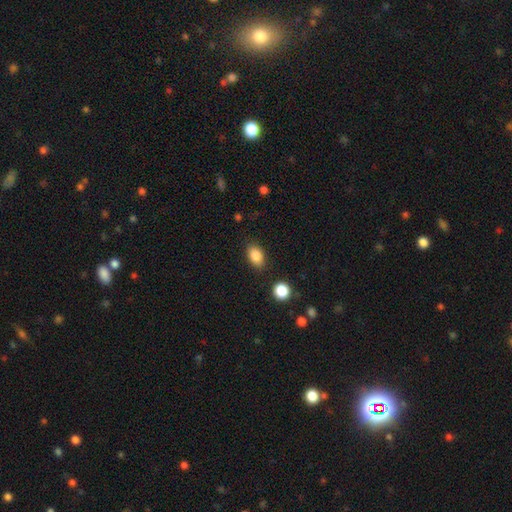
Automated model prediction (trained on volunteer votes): Smooth or featured? Predicted: smooth (p=0.86). How rounded? Predicted: in between (p=0.86). Merging? Predicted: none (p=0.85).